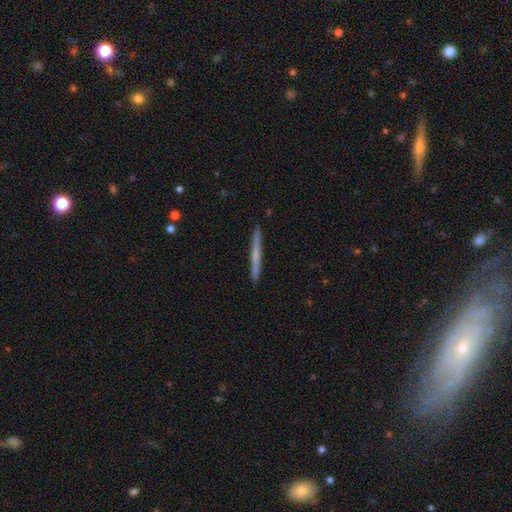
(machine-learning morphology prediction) Smooth or featured: smooth — 49% (featured or disk — 46%)
Merging: none — 92% (minor disturbance — 6%)